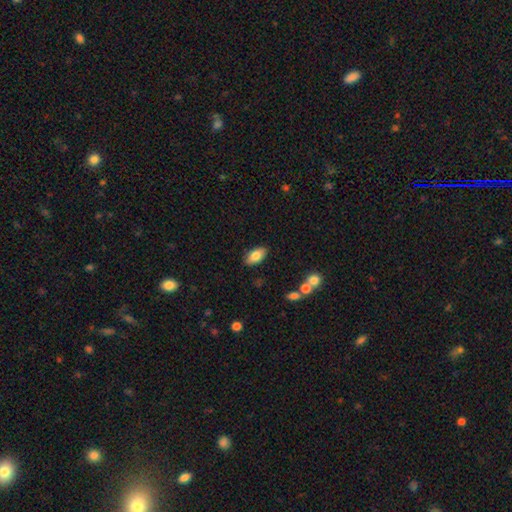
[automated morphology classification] smooth 80%, featured or disk 12%, star or artifact 7%. Down the decision tree: how rounded — in between (92%); merging — none (86%).